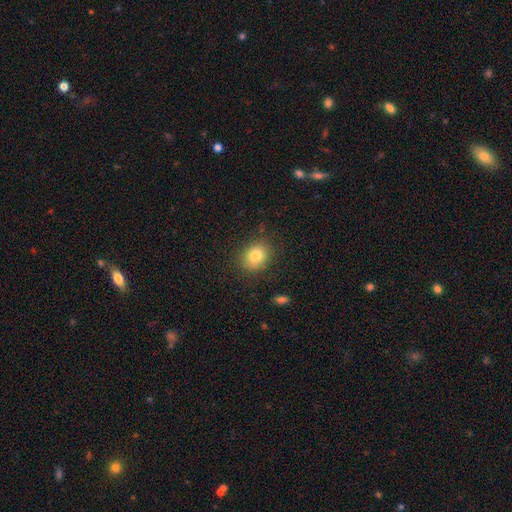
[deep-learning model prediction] A smooth galaxy with no disk features (80%) that is round (61%).

Vote fractions:
- Smooth or featured? smooth: 80% / star or artifact: 11% / featured or disk: 9%
- How rounded? round: 61% / in between: 38% / cigar-shaped: 1%
- Merging? none: 85% / minor disturbance: 10% / major disturbance: 3% / merger: 1%